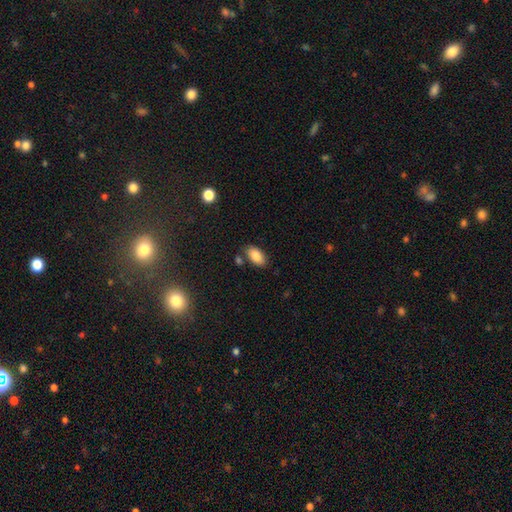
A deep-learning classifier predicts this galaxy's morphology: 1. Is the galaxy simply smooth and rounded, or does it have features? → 86% smooth, 8% star or artifact, 7% featured or disk.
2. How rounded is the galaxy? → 94% in between, 4% round, 3% cigar-shaped.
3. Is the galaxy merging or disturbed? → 78% none, 12% minor disturbance, 7% merger, 3% major disturbance.